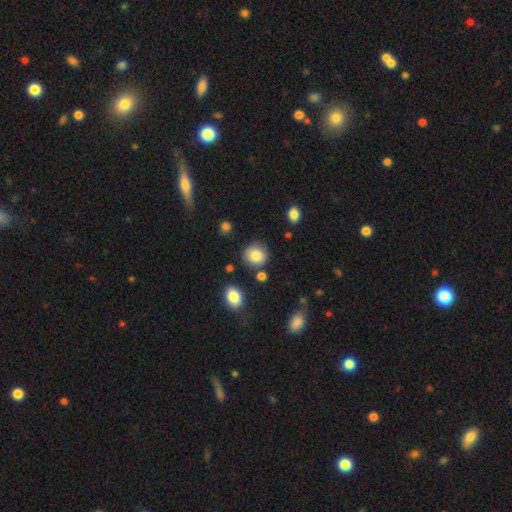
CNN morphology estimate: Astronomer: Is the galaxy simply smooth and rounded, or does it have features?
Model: smooth — 84%.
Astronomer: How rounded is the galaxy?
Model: round — 86%.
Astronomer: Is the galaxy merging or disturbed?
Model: none — 80%.